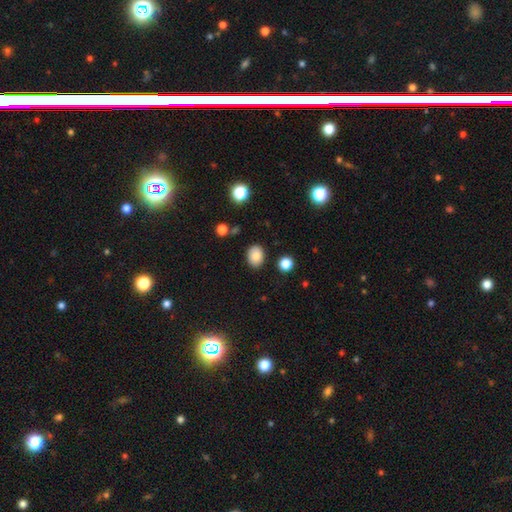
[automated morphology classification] Overall: smooth (82%). How rounded: in between (60%; round 39%). Merging: none (86%).